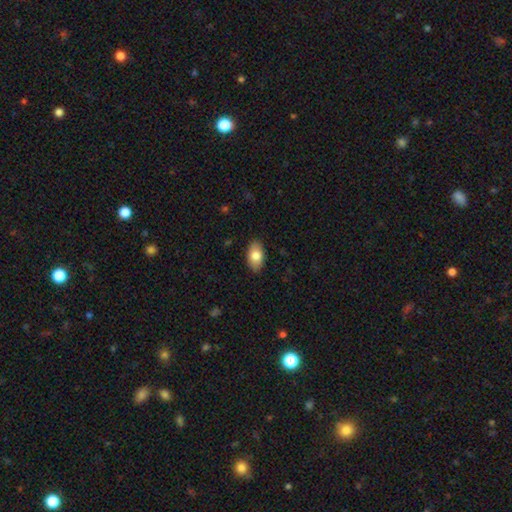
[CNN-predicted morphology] smooth-or-featured: smooth: 80% | featured or disk: 13% | star or artifact: 6%
  how-rounded: in between: 93% | round: 5% | cigar-shaped: 2%
  merging: none: 88% | minor disturbance: 9% | major disturbance: 2% | merger: 1%